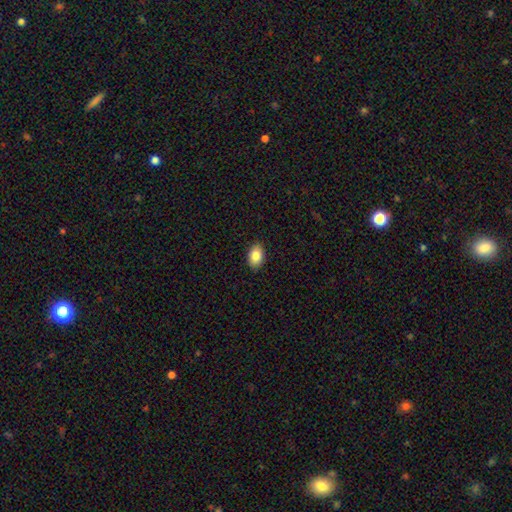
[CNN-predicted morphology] A smooth galaxy with no disk features (86%) that is in between round and cigar-shaped (88%). Merging: none (89%).